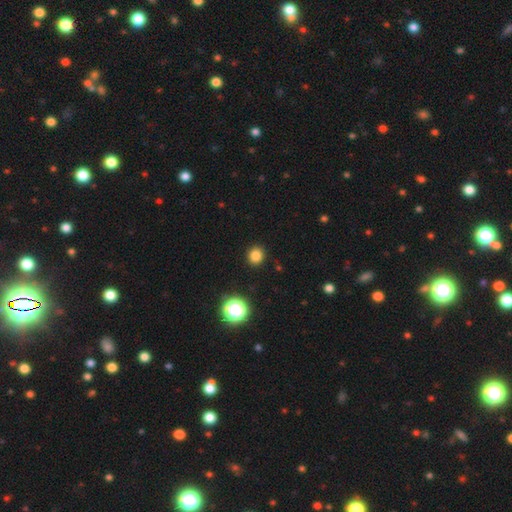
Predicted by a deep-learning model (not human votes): This is clearly a smooth galaxy (82%). How rounded: clearly round (87%). Merging: clearly none (92%).